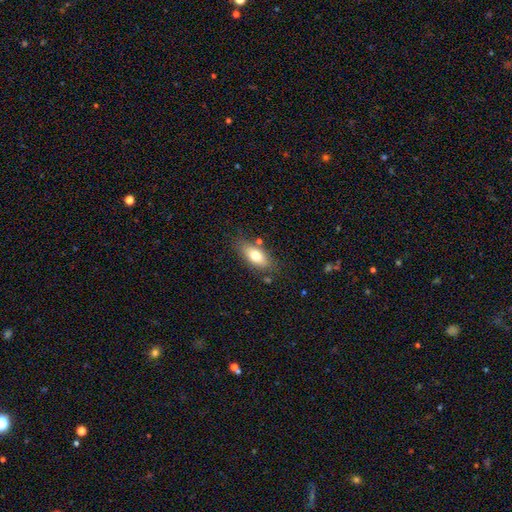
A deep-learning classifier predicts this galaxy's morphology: This is likely a smooth galaxy (74%). How rounded: clearly in between (83%). Merging: likely none (76%).